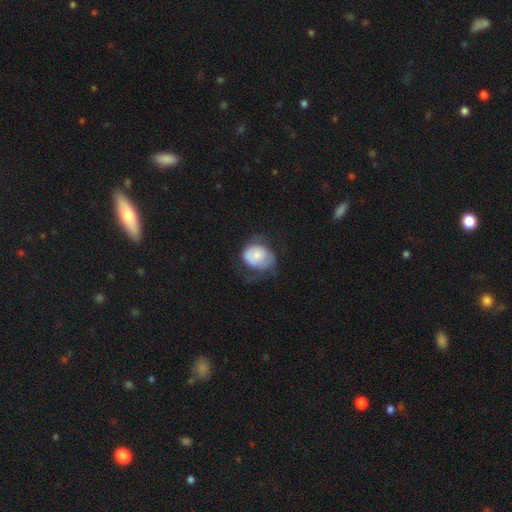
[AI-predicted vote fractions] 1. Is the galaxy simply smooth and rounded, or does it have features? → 63% smooth, 30% featured or disk, 7% star or artifact.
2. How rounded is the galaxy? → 53% round, 46% in between, 1% cigar-shaped.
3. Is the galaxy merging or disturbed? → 37% none, 31% minor disturbance, 30% major disturbance, 3% merger.